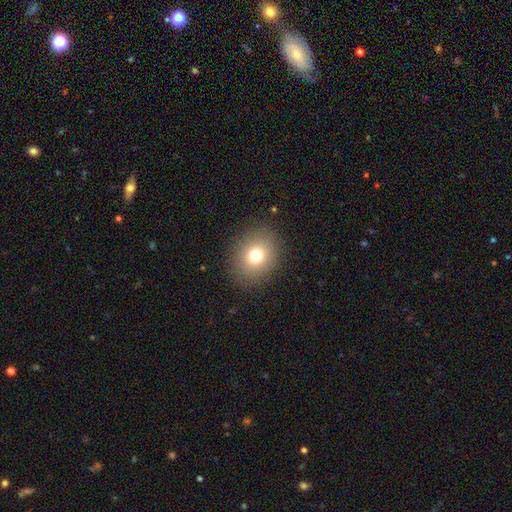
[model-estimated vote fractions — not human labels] Overall: smooth (75%). How rounded: round (56%; in between 43%). Merging: none (88%).